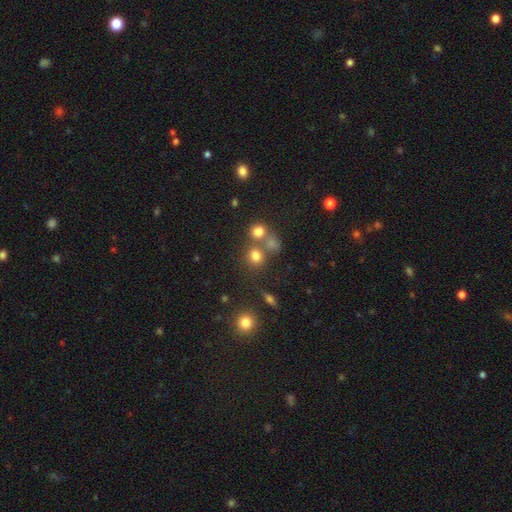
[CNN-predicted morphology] Smooth or featured? Predicted: smooth (p=0.75). How rounded? Predicted: round (p=0.80). Merging? Predicted: none (p=0.60).